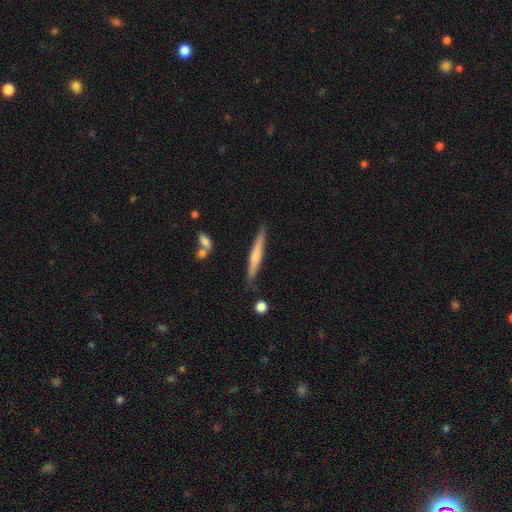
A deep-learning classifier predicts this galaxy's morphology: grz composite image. It shows a smooth galaxy with no disk features (50%). Merging: none (84%).